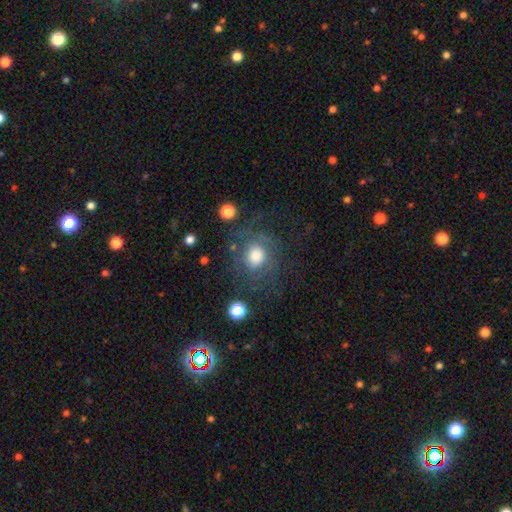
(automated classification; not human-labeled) Q: Smooth or featured?
A: smooth (49%); runner-up: featured or disk (39%)
Q: Merging?
A: none (63%); runner-up: minor disturbance (17%)